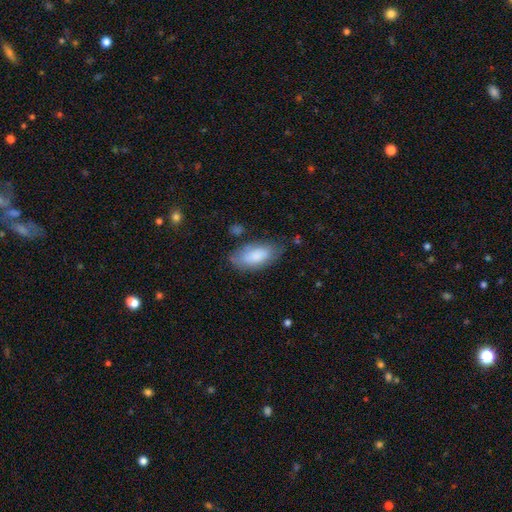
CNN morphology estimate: Q: Smooth or featured?
A: smooth (81%); runner-up: featured or disk (13%)
Q: How rounded?
A: in between (91%); runner-up: cigar-shaped (7%)
Q: Merging?
A: none (66%); runner-up: minor disturbance (24%)